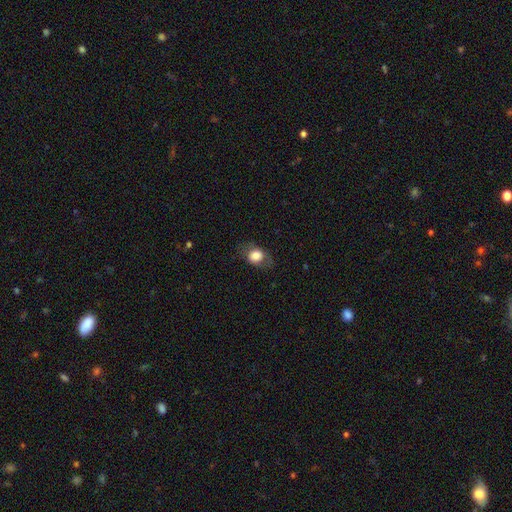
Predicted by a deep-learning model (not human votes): smooth_or_featured: smooth (p=0.73) [alt: featured or disk p=0.19]
how_rounded: in between (p=0.59) [alt: round p=0.40]
merging: none (p=0.73) [alt: minor disturbance p=0.17]